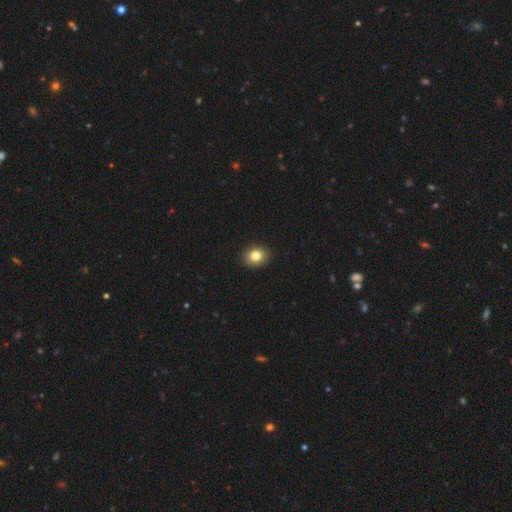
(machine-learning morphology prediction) Smooth or featured: smooth — 82% (star or artifact — 10%)
How rounded: round — 62% (in between — 37%)
Merging: none — 91% (minor disturbance — 6%)